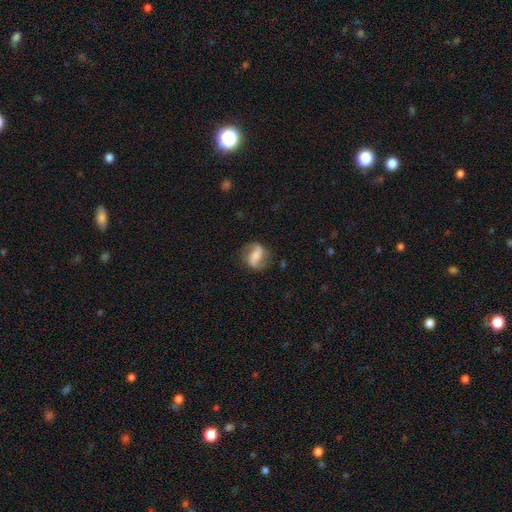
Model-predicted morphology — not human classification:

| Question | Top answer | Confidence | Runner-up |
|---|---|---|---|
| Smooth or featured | featured or disk | 77% | smooth (17%) |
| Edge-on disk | no | 97% | yes (3%) |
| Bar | strong | 41% | weak (35%) |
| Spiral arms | yes | 93% | no (7%) |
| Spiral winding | loose | 54% | medium (34%) |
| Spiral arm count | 2 | 91% | can't tell (3%) |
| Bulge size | small | 40% | moderate (37%) |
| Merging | none | 78% | minor disturbance (14%) |